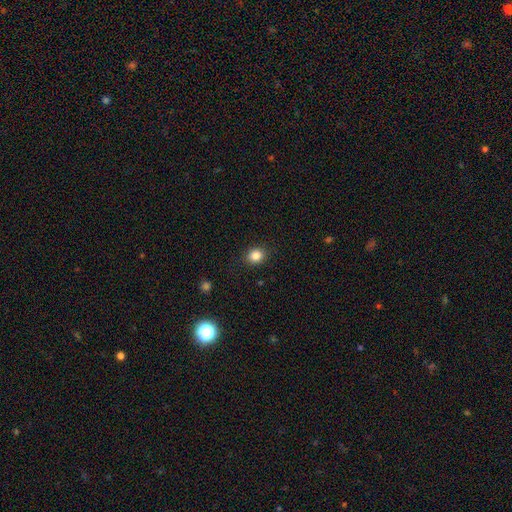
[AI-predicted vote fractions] smooth_or_featured: smooth (p=0.85) [alt: star or artifact p=0.11]
how_rounded: round (p=0.69) [alt: in between p=0.30]
merging: none (p=0.89) [alt: minor disturbance p=0.08]